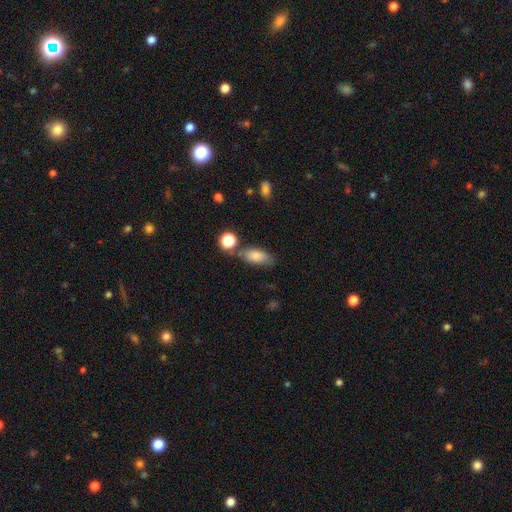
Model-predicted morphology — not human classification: smooth 79%, featured or disk 13%, star or artifact 8%. Down the decision tree: how rounded — in between (85%); merging — none (66%).